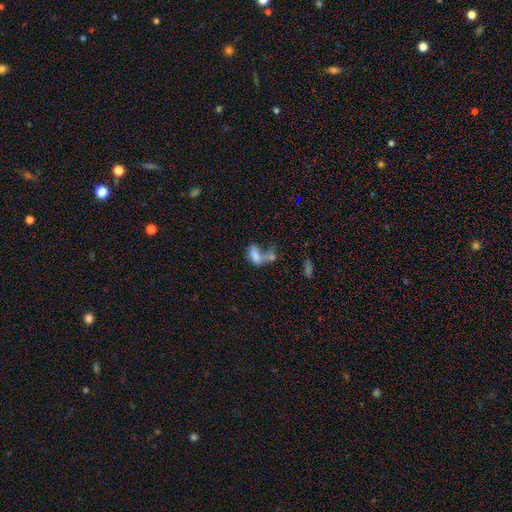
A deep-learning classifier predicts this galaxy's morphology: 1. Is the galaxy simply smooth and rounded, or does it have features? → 68% smooth, 20% featured or disk, 12% star or artifact.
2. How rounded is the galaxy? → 83% in between, 10% cigar-shaped, 6% round.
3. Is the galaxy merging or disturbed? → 53% merger, 19% major disturbance, 18% none, 10% minor disturbance.